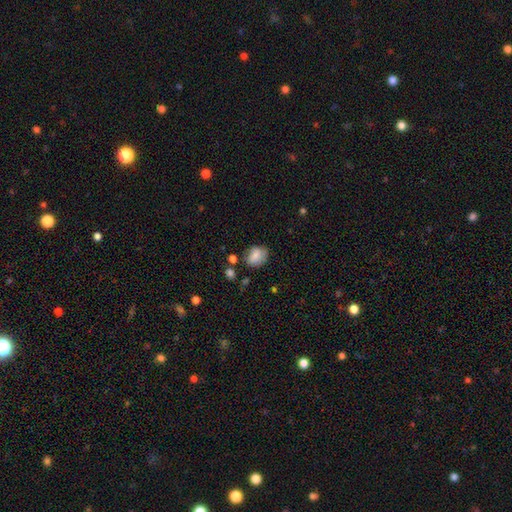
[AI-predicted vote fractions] Smooth or featured: smooth — 81% (featured or disk — 10%)
How rounded: in between — 56% (round — 43%)
Merging: none — 68% (minor disturbance — 22%)